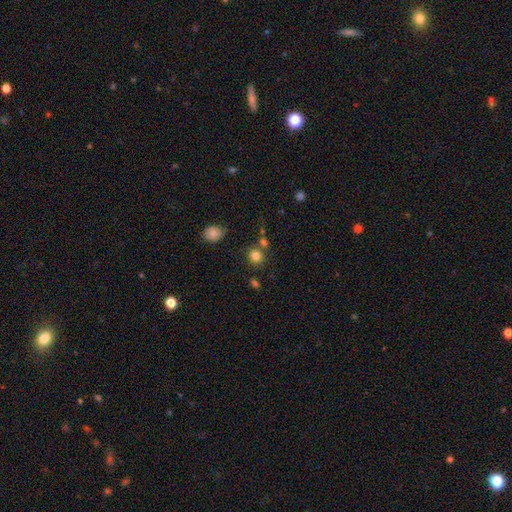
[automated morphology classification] smooth 82%, star or artifact 12%, featured or disk 6%. Down the decision tree: how rounded — round (85%); merging — none (72%).